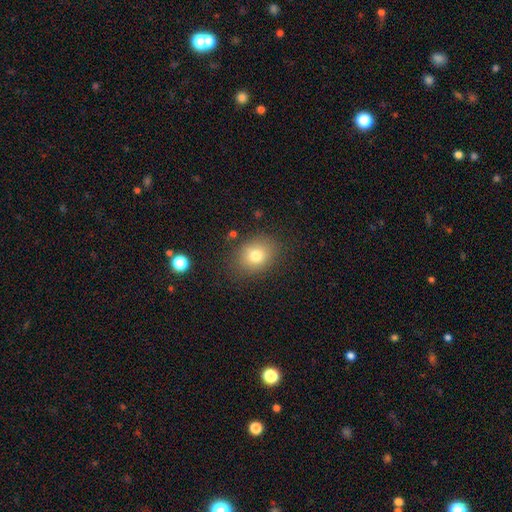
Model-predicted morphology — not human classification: A smooth galaxy with no disk features (77%) that is round (50%).

Vote fractions:
- Smooth or featured? smooth: 77% / star or artifact: 12% / featured or disk: 11%
- How rounded? round: 50% / in between: 49% / cigar-shaped: 1%
- Merging? none: 82% / minor disturbance: 12% / major disturbance: 4% / merger: 2%